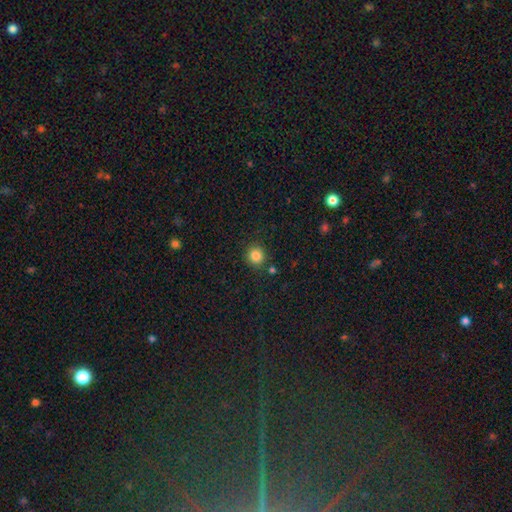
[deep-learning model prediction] A smooth galaxy with no disk features (84%) that is round (92%). Merging: none (87%).